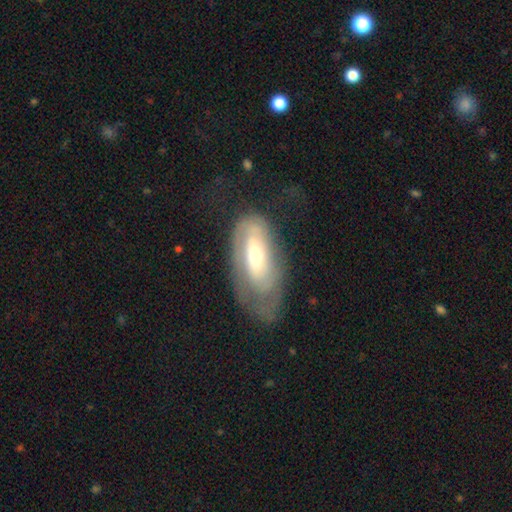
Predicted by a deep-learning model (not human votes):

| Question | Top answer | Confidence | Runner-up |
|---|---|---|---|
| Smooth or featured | featured or disk | 62% | smooth (31%) |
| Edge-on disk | no | 87% | yes (13%) |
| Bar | no | 56% | weak (30%) |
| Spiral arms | yes | 61% | no (39%) |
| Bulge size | moderate | 60% | small (27%) |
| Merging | none | 50% | minor disturbance (25%) |